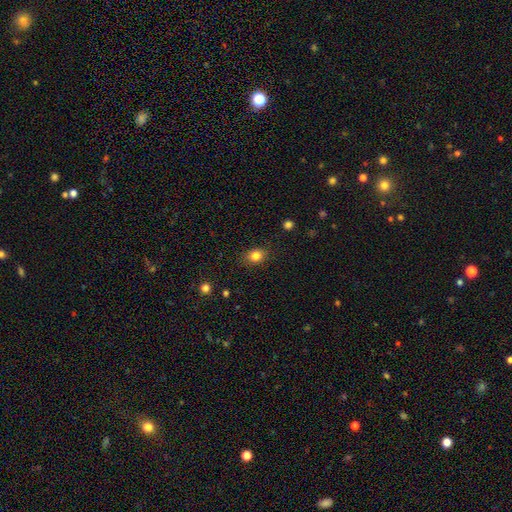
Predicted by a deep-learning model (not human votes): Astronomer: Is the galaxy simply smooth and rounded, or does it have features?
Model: smooth — 83%.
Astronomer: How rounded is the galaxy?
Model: in between — 55% (runner-up: round, 44%).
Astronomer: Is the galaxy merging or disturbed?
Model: none — 85%.